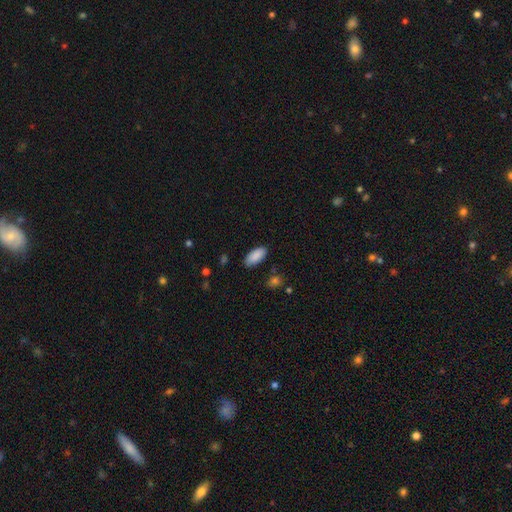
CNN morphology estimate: Q: Smooth or featured?
A: smooth (90%); runner-up: star or artifact (6%)
Q: How rounded?
A: in between (90%); runner-up: cigar-shaped (8%)
Q: Merging?
A: none (84%); runner-up: minor disturbance (11%)